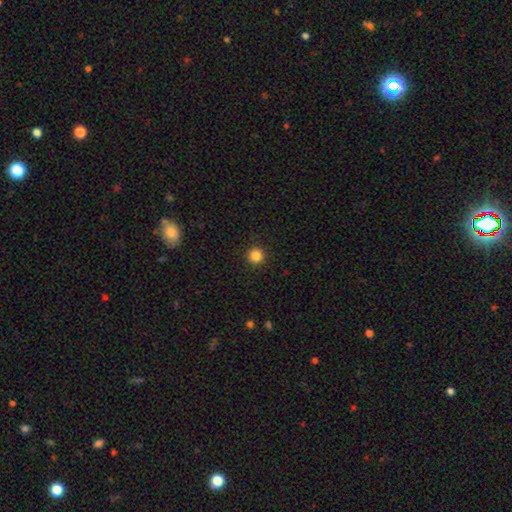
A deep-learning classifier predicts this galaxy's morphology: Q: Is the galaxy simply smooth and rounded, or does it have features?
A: smooth — 85%.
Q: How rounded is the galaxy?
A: round — 96%.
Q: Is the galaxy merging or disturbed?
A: none — 93%.